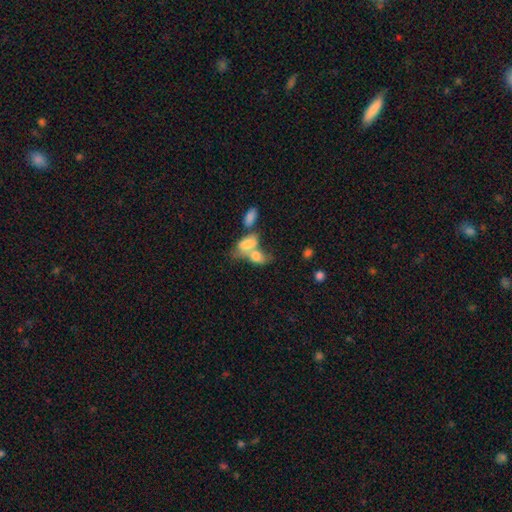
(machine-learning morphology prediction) smooth-or-featured: smooth: 73% | featured or disk: 18% | star or artifact: 9%
  how-rounded: in between: 87% | round: 9% | cigar-shaped: 5%
  merging: merger: 67% | none: 18% | minor disturbance: 8% | major disturbance: 7%